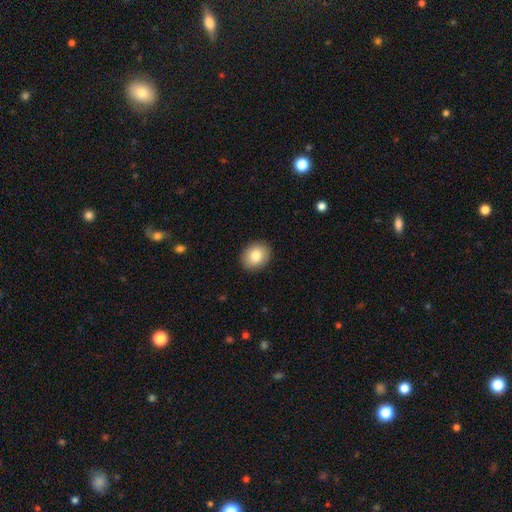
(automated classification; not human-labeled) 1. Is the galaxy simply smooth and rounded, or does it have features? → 83% smooth, 9% featured or disk, 8% star or artifact.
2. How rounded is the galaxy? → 54% round, 45% in between, 1% cigar-shaped.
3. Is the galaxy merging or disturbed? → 90% none, 7% minor disturbance, 2% major disturbance, 1% merger.